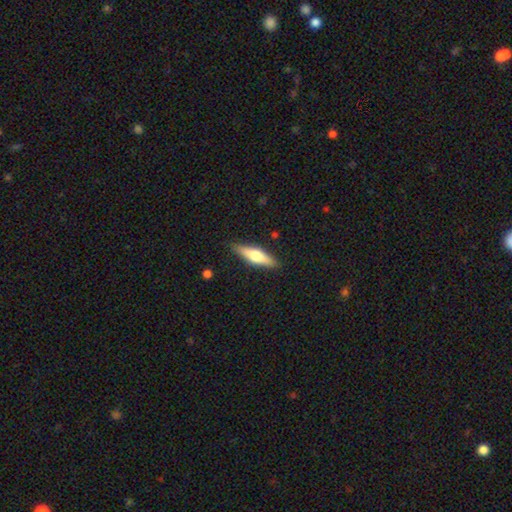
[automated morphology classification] smooth-or-featured: smooth: 51% | featured or disk: 44% | star or artifact: 6%
  how-rounded: cigar-shaped: 66% | in between: 32% | round: 2%
  merging: none: 88% | minor disturbance: 9% | major disturbance: 2% | merger: 1%